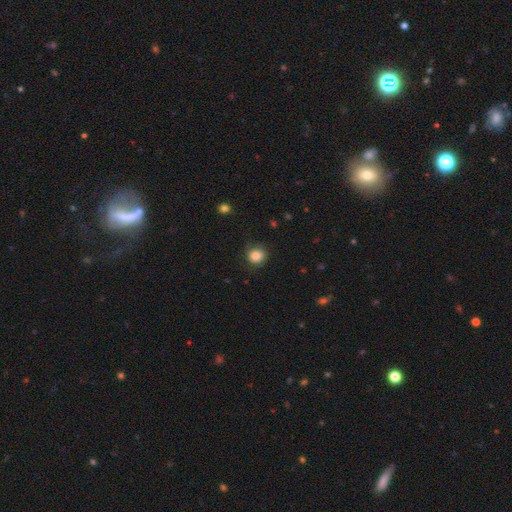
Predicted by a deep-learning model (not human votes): Overall: smooth (85%). How rounded: round (86%). Merging: none (82%).